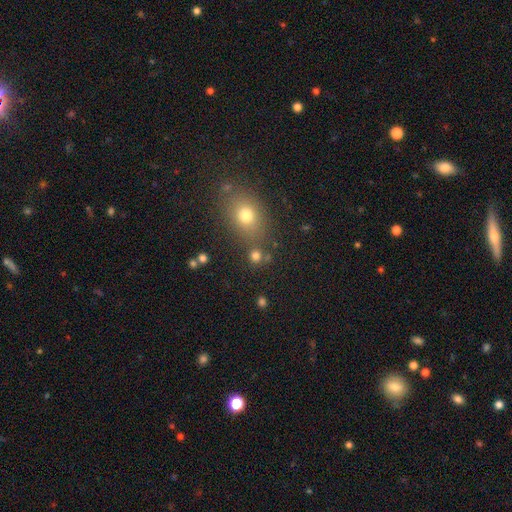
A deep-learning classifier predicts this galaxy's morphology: This is likely a smooth galaxy (76%). How rounded: clearly round (85%). Merging: likely none (73%).